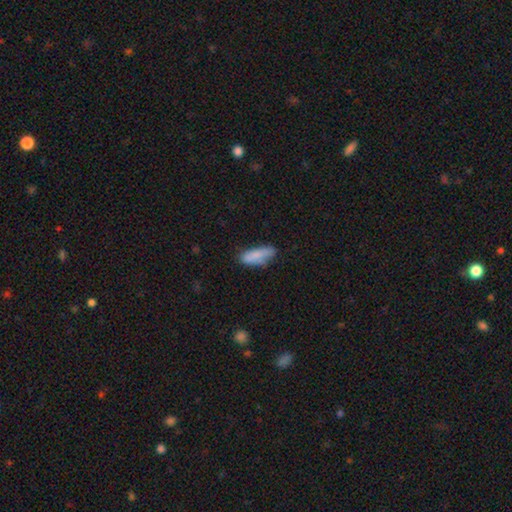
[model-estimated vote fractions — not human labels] The model was most divided on "how rounded": in between: 64%, cigar-shaped: 34%, round: 2%. More confident: smooth or featured — smooth (81%); merging — none (61%).